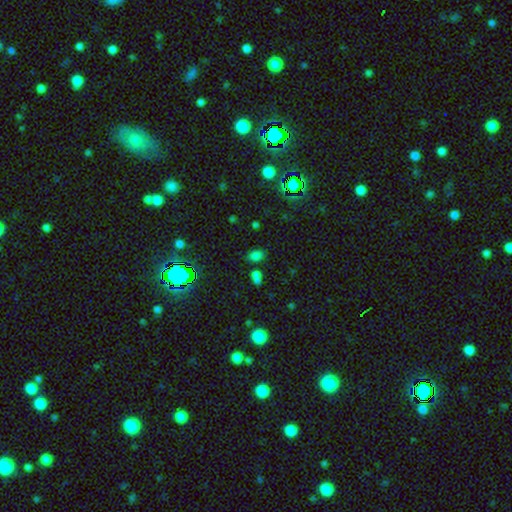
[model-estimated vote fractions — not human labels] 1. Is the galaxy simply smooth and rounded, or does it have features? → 65% smooth, 29% star or artifact, 7% featured or disk.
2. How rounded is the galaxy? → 79% in between, 19% round, 2% cigar-shaped.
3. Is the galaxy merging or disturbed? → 64% none, 20% merger, 12% minor disturbance, 5% major disturbance.